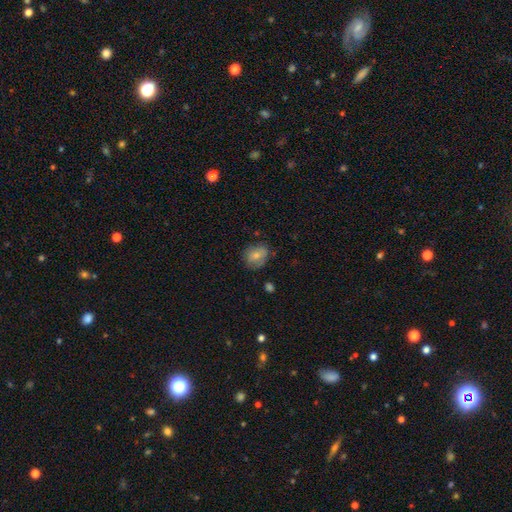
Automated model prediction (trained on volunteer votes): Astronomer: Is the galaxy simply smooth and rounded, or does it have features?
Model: smooth — 71%.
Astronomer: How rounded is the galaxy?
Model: round — 57% (runner-up: in between, 42%).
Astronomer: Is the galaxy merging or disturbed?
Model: none — 70%.